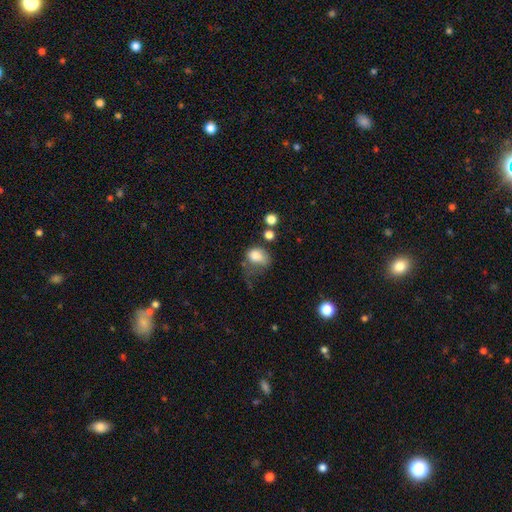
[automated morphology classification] A smooth galaxy with no disk features (76%) that is in between round and cigar-shaped (64%). Merging: major disturbance (37%).